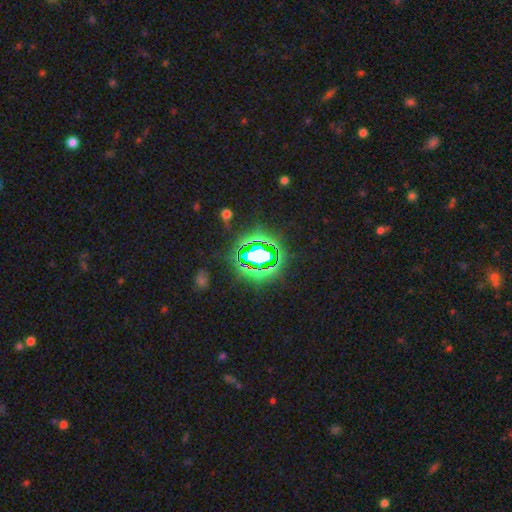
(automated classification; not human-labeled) Smooth or featured? Predicted: star or artifact (p=0.80).